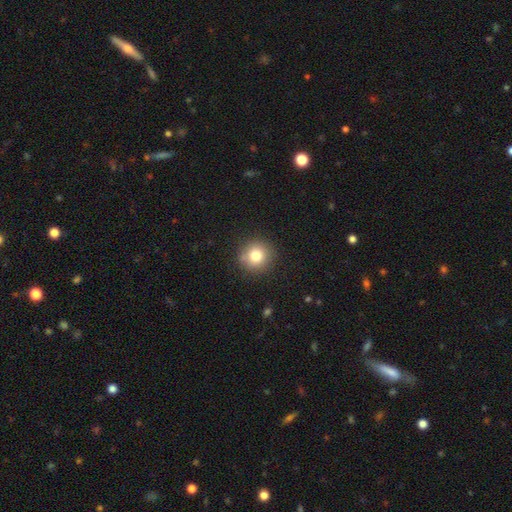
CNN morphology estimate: smooth_or_featured: smooth (p=0.80) [alt: star or artifact p=0.11]
how_rounded: round (p=0.92) [alt: in between p=0.07]
merging: none (p=0.86) [alt: minor disturbance p=0.09]